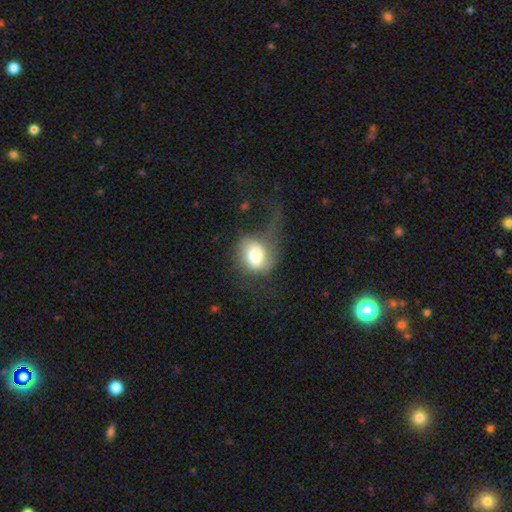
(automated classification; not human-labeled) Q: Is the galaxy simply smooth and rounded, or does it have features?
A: smooth — 68%.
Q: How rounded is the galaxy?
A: round — 55%.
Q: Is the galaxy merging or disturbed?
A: major disturbance — 49%.